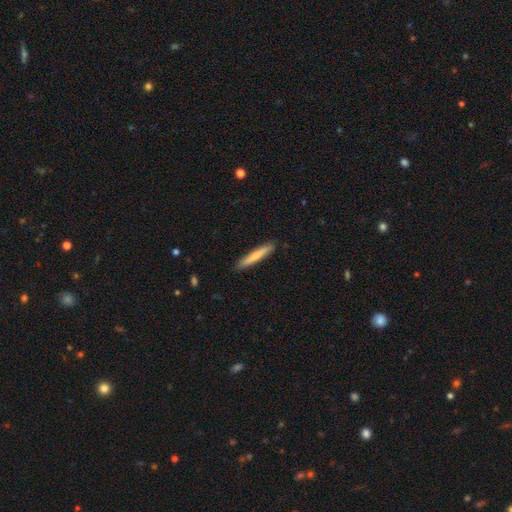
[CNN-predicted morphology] Smooth or featured?
  - smooth: 71% *
  - featured or disk: 24%
  - star or artifact: 5%
How rounded?
  - cigar-shaped: 94% *
  - in between: 5%
  - round: 1%
Merging?
  - none: 89% *
  - minor disturbance: 9%
  - major disturbance: 2%
  - merger: 1%